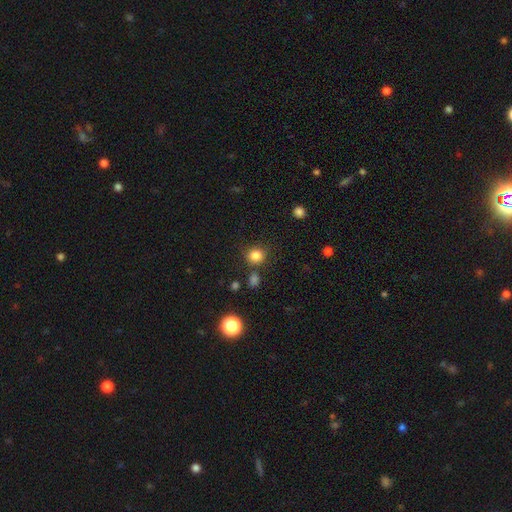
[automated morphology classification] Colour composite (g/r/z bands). It shows a smooth galaxy with no disk features (82%) that is round (86%). Merging: none (80%).